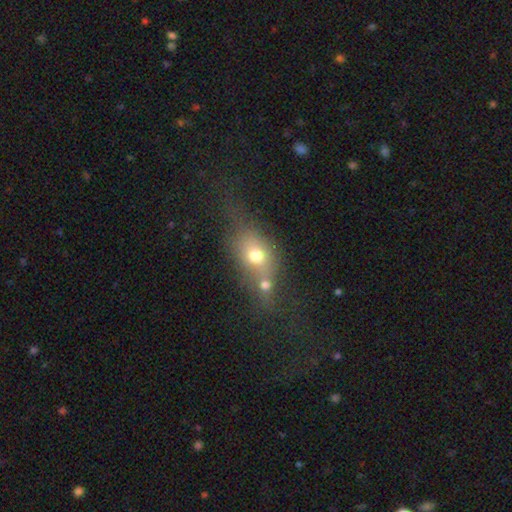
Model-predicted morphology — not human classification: smooth_or_featured: smooth (p=0.64) [alt: featured or disk p=0.22]
how_rounded: in between (p=0.57) [alt: round p=0.37]
merging: merger (p=0.47) [alt: none p=0.29]